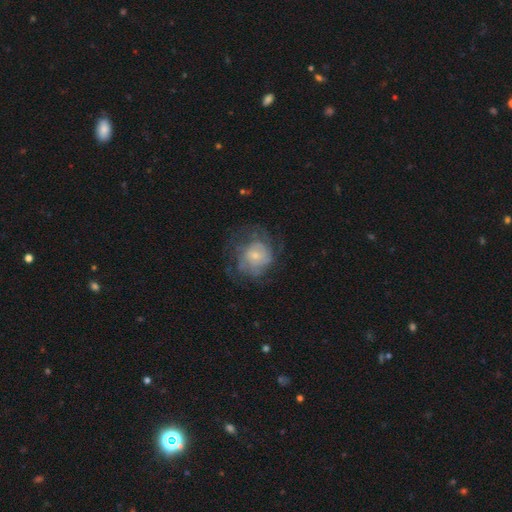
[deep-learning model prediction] A featured or disk galaxy (55%) with no bar (77%), spiral arms (65%) and a small central bulge (63%).

Vote fractions:
- Smooth or featured? featured or disk: 55% / smooth: 36% / star or artifact: 9%
- Edge-on disk? no: 97% / yes: 3%
- Bar? no: 77% / weak: 20% / strong: 3%
- Spiral arms? yes: 65% / no: 35%
- Bulge size? small: 63% / moderate: 28% / none: 4% / large: 4% / dominant: 1%
- Merging? none: 55% / major disturbance: 23% / minor disturbance: 21% / merger: 1%